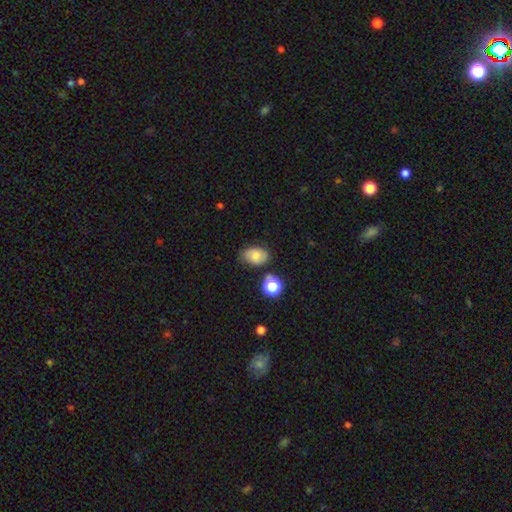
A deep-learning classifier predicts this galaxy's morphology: type=smooth (73%); roundness=in between (82%); merging=none (72%).